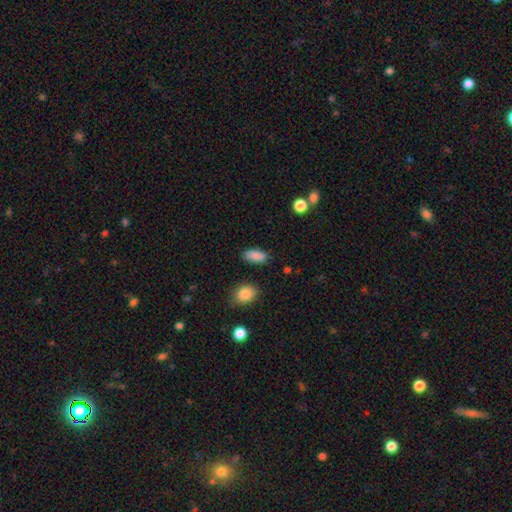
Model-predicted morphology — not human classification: smooth_or_featured: smooth (p=0.88) [alt: star or artifact p=0.08]
how_rounded: in between (p=0.90) [alt: cigar-shaped p=0.06]
merging: none (p=0.85) [alt: minor disturbance p=0.11]